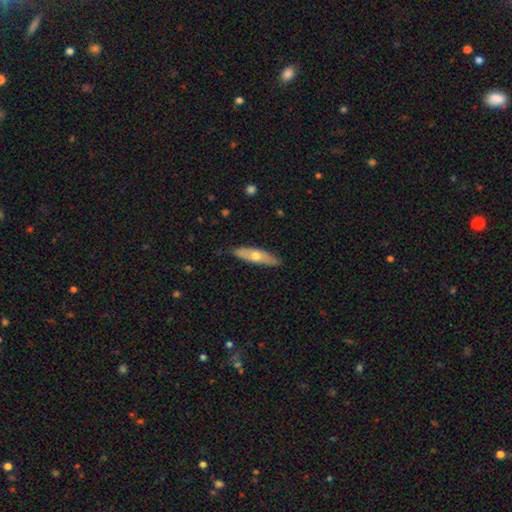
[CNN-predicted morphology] This is possibly a smooth galaxy (53%). How rounded: likely cigar-shaped (62%). Merging: clearly none (85%).